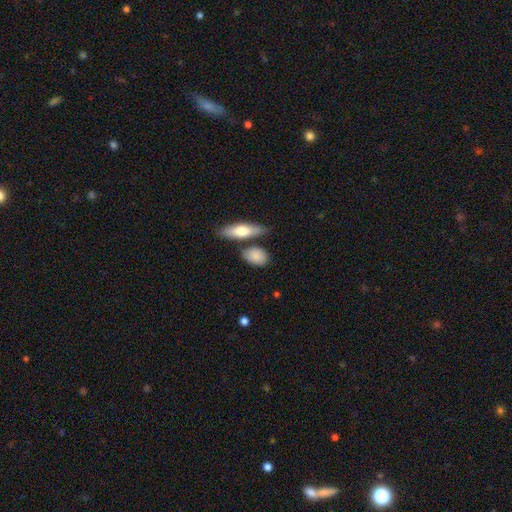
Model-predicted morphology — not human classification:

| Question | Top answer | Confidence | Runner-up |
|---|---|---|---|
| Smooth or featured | smooth | 83% | featured or disk (11%) |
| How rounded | in between | 76% | round (15%) |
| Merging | none | 67% | minor disturbance (16%) |